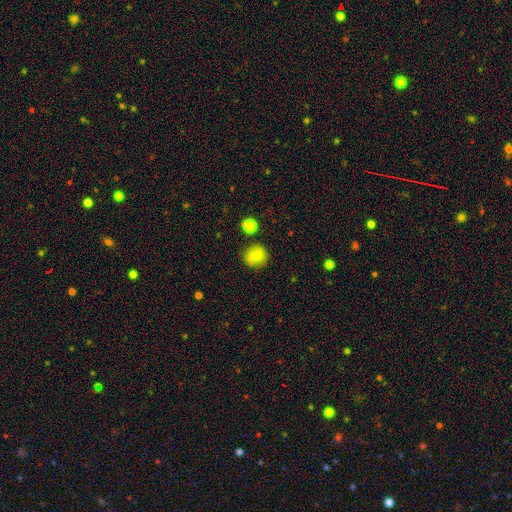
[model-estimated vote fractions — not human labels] A smooth galaxy with no disk features (81%) that is round (88%). Merging: none (83%).